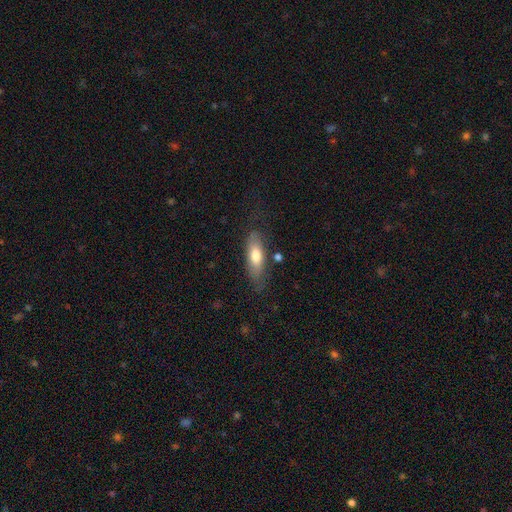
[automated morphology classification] type=smooth (68%); roundness=in between (62%); merging=none (69%).